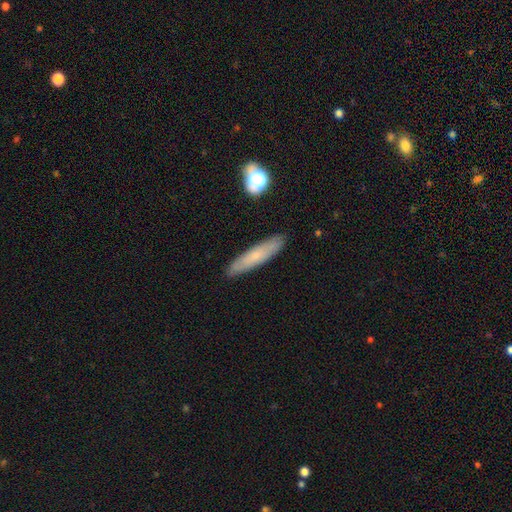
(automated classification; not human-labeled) Smooth or featured? smooth (65%)
How rounded? cigar-shaped (85%)
Merging? none (88%)